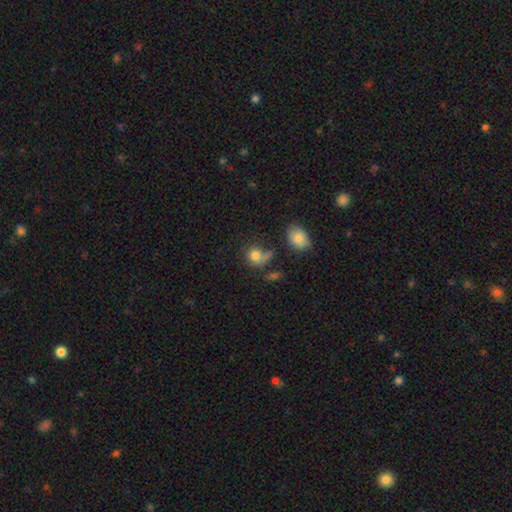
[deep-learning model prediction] smooth-or-featured: smooth: 79% | star or artifact: 11% | featured or disk: 10%
  how-rounded: round: 76% | in between: 23% | cigar-shaped: 2%
  merging: none: 49% | minor disturbance: 18% | merger: 17% | major disturbance: 16%